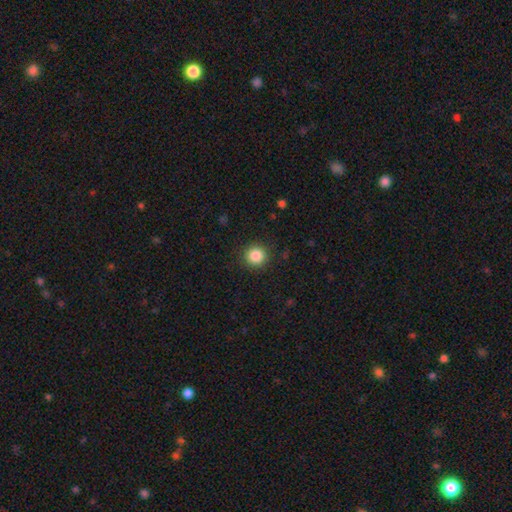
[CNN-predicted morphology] This is clearly a smooth galaxy (86%). How rounded: clearly round (94%). Merging: clearly none (90%).